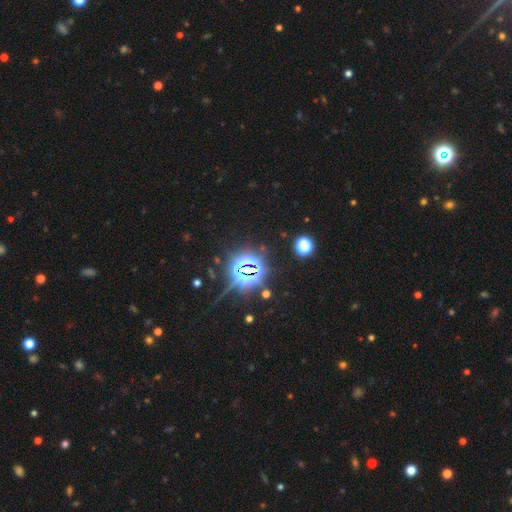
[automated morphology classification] smooth_or_featured: star or artifact (p=0.85) [alt: smooth p=0.09]